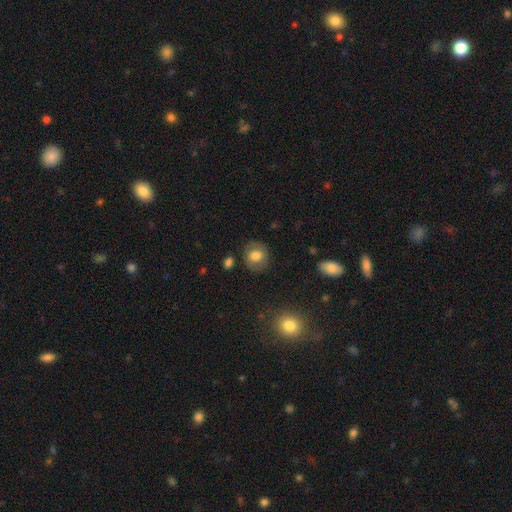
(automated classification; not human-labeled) A smooth galaxy with no disk features (74%) that is round (83%).

Vote fractions:
- Smooth or featured? smooth: 74% / featured or disk: 17% / star or artifact: 9%
- How rounded? round: 83% / in between: 16% / cigar-shaped: 1%
- Merging? none: 84% / minor disturbance: 11% / major disturbance: 3% / merger: 2%